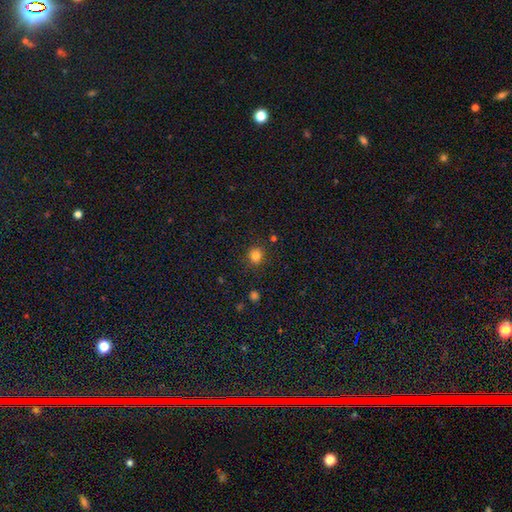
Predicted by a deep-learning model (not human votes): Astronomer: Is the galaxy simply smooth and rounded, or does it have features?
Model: smooth — 82%.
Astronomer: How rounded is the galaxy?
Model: round — 87%.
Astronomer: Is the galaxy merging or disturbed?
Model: none — 86%.